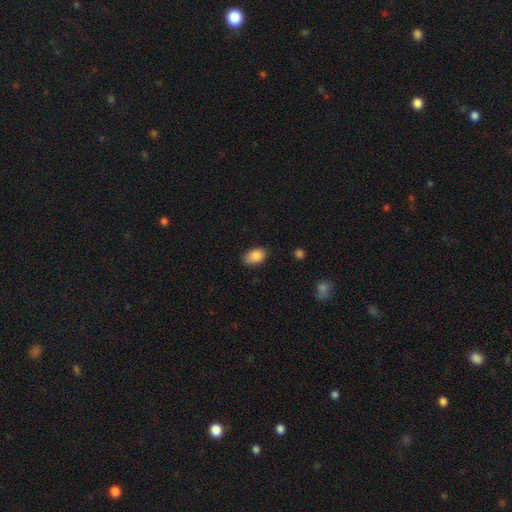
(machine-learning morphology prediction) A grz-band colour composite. It shows a smooth galaxy with no disk features (86%) that is in between round and cigar-shaped (88%). Merging: none (79%).